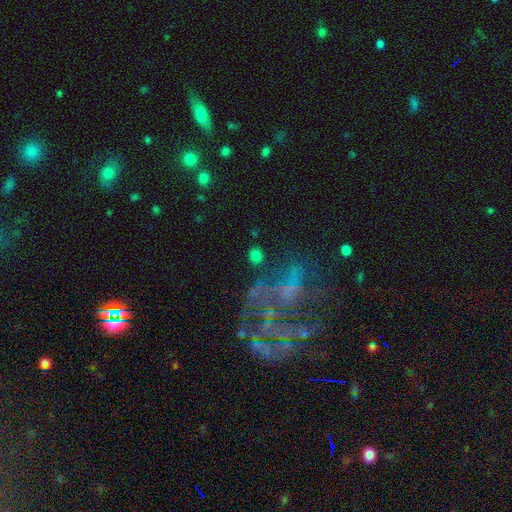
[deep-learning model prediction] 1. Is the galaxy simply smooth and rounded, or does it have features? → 73% smooth, 16% star or artifact, 11% featured or disk.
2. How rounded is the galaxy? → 74% round, 24% in between, 2% cigar-shaped.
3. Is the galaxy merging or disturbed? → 81% none, 9% minor disturbance, 5% major disturbance, 4% merger.